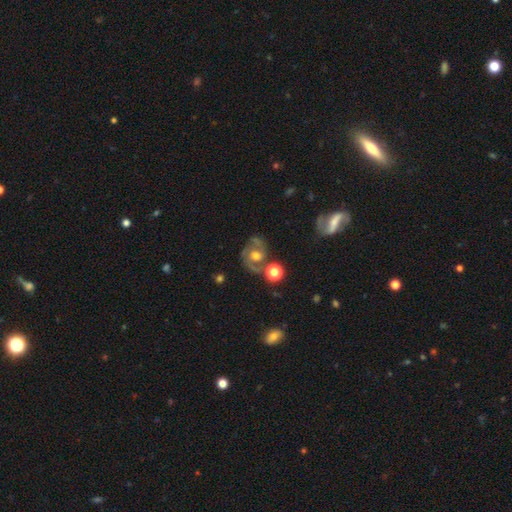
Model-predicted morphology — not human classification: featured or disk 77%, smooth 14%, star or artifact 9%. Down the decision tree: edge-on disk — no (97%); bar — no (59%); spiral arms — yes (91%); spiral arm count — 2 (86%); spiral winding — medium (55%); bulge size — moderate (69%); merging — none (67%).